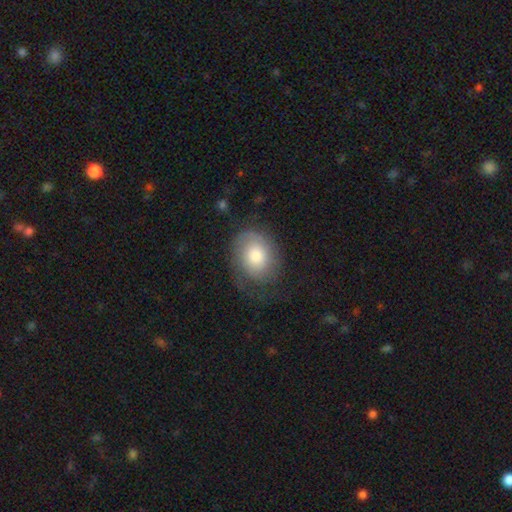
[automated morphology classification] This appears to be a smooth galaxy with no disk features (52%) that is in between round and cigar-shaped (50%). Merging: none (57%).